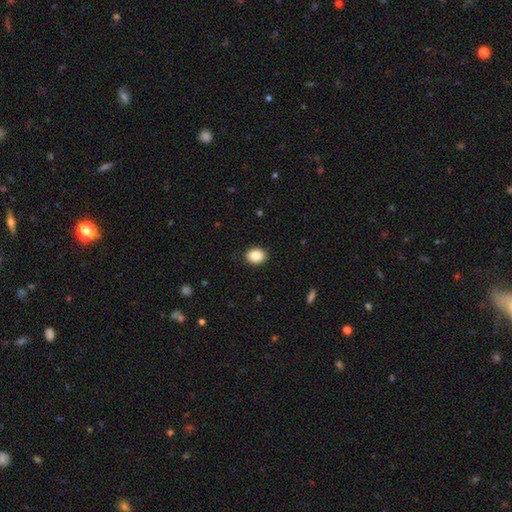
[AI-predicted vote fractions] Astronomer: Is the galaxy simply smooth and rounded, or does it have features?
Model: smooth — 86%.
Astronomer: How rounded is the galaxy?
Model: round — 50%, tied with in between at 50%.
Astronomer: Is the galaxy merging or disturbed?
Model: none — 89%.